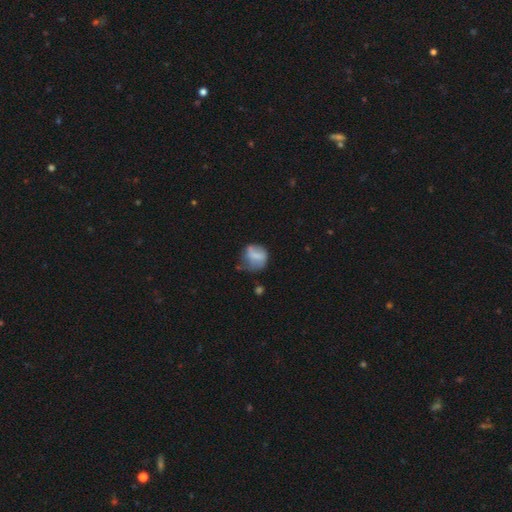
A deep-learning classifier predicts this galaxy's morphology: Smooth or featured? smooth (64%)
How rounded? round (66%)
Merging? none (37%)